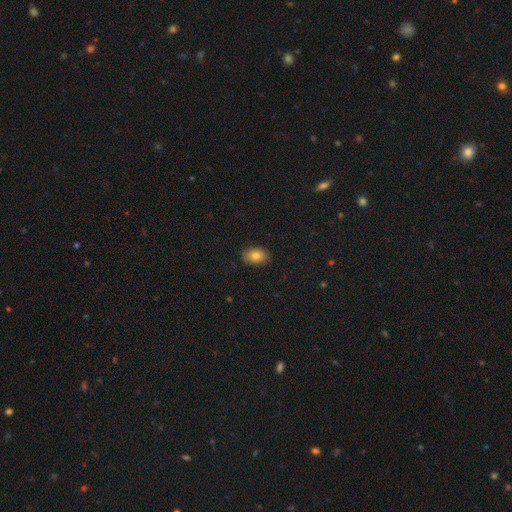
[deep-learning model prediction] The model was most divided on "smooth or featured": smooth: 80%, featured or disk: 11%, star or artifact: 9%. More confident: merging — none (87%); how rounded — in between (85%).